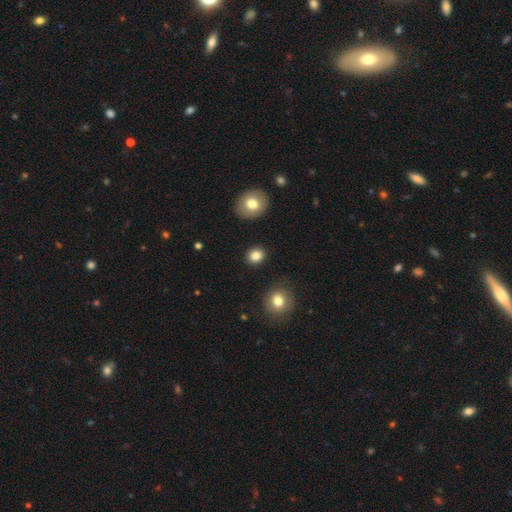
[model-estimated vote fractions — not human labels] Smooth or featured: smooth — 84% (star or artifact — 10%)
How rounded: round — 73% (in between — 26%)
Merging: none — 90% (minor disturbance — 6%)